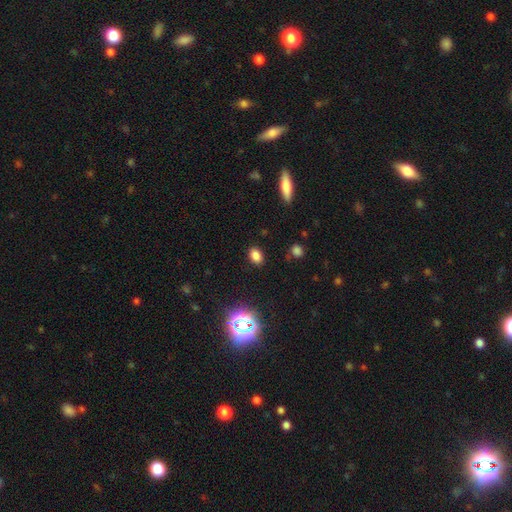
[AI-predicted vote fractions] Overall: smooth (79%). How rounded: in between (77%). Merging: none (87%).